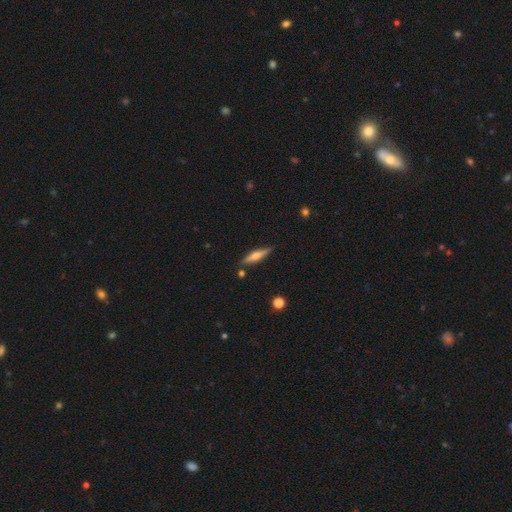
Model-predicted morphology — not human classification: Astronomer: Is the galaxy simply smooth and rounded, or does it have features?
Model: featured or disk — 50% (runner-up: smooth, 44%).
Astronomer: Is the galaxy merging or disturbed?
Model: none — 85%.